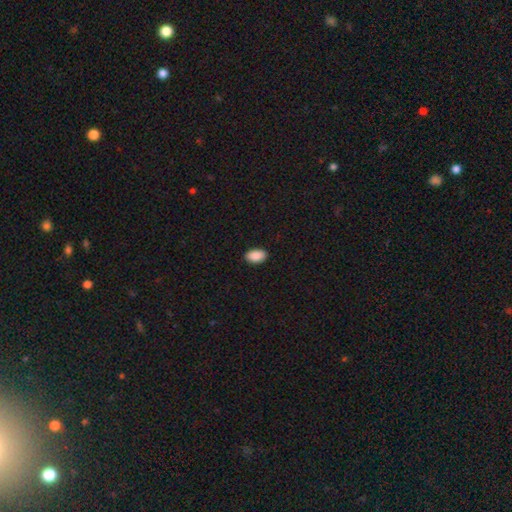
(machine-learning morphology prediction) The model was most divided on "merging": none: 90%, minor disturbance: 8%, major disturbance: 2%, merger: 1%. More confident: how rounded — in between (94%); smooth or featured — smooth (91%).